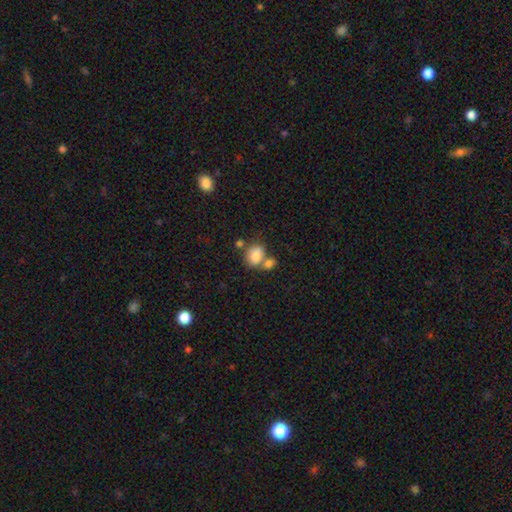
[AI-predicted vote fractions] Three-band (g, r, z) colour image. It shows a smooth galaxy with no disk features (82%) that is in between round and cigar-shaped (62%). Merging: merger (44%).